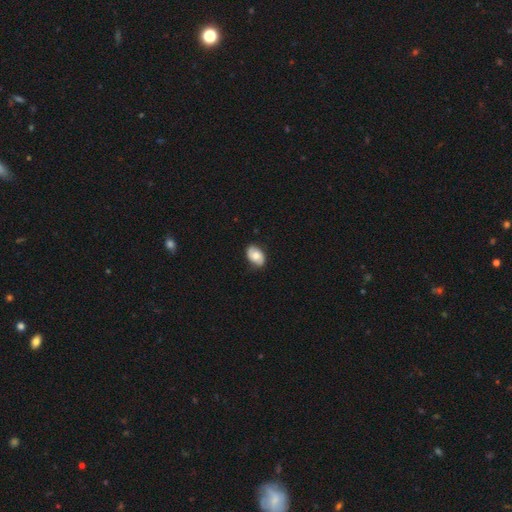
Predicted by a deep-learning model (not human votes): A smooth galaxy with no disk features (54%) that is in between round and cigar-shaped (85%).

Vote fractions:
- Smooth or featured? smooth: 54% / featured or disk: 38% / star or artifact: 8%
- How rounded? in between: 85% / round: 14% / cigar-shaped: 1%
- Merging? none: 80% / minor disturbance: 15% / major disturbance: 3% / merger: 1%